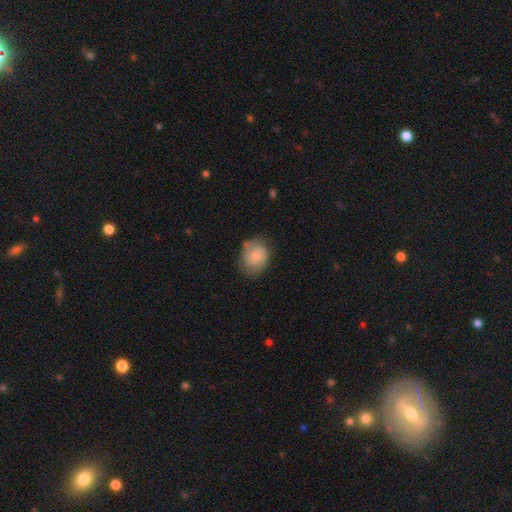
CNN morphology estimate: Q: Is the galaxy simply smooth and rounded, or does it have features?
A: smooth — 67%.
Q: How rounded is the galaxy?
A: round — 58%.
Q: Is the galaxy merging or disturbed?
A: none — 66%.